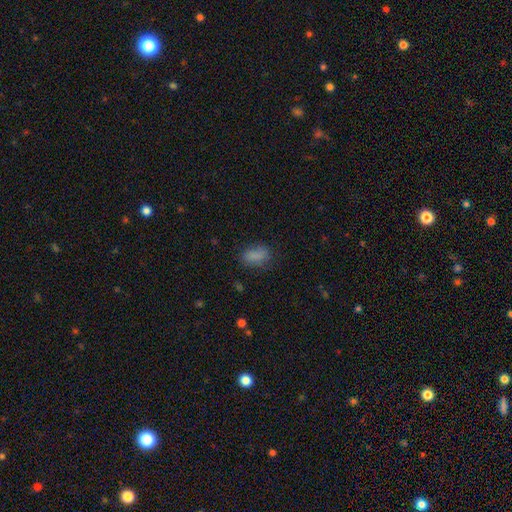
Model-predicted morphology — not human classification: Smooth or featured?
  - smooth: 82% *
  - star or artifact: 11%
  - featured or disk: 7%
How rounded?
  - in between: 86% *
  - round: 10%
  - cigar-shaped: 4%
Merging?
  - none: 70% *
  - minor disturbance: 20%
  - major disturbance: 7%
  - merger: 2%